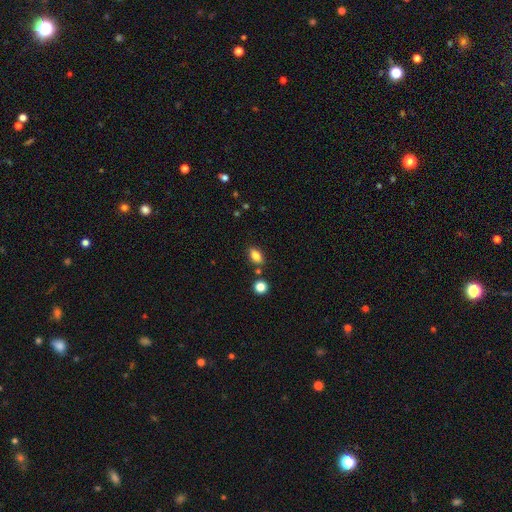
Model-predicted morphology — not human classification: smooth 84%, star or artifact 10%, featured or disk 6%. Down the decision tree: how rounded — in between (86%); merging — none (78%).